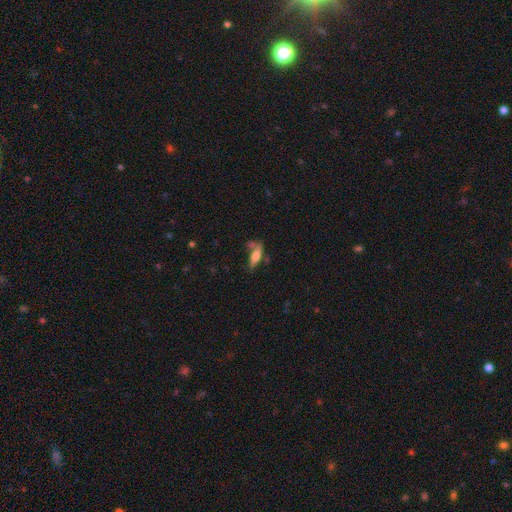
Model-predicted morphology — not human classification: smooth-or-featured: smooth: 57% | featured or disk: 34% | star or artifact: 9%
  how-rounded: cigar-shaped: 50% | in between: 47% | round: 3%
  merging: none: 48% | minor disturbance: 21% | merger: 19% | major disturbance: 12%